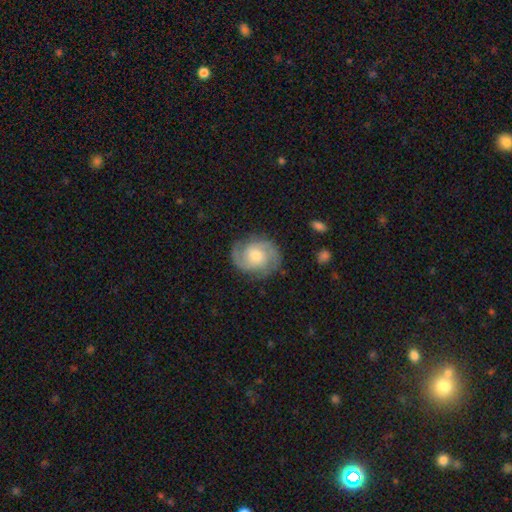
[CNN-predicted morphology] A featured or disk galaxy (82%) with no bar (64%), 2 (78%) medium (47%) spiral arms (96%) and a moderate central bulge (55%).

Vote fractions:
- Smooth or featured? featured or disk: 82% / smooth: 13% / star or artifact: 6%
- Edge-on disk? no: 98% / yes: 2%
- Bar? no: 64% / weak: 30% / strong: 5%
- Spiral arms? yes: 96% / no: 4%
- Spiral winding? medium: 47% / tight: 42% / loose: 11%
- Spiral arm count? 2: 78% / 3: 9% / can't tell: 7% / 1: 2% / 4: 2% / more than 4: 2%
- Bulge size? moderate: 55% / small: 33% / large: 8% / none: 3% / dominant: 1%
- Merging? none: 82% / minor disturbance: 13% / major disturbance: 5% / merger: 1%